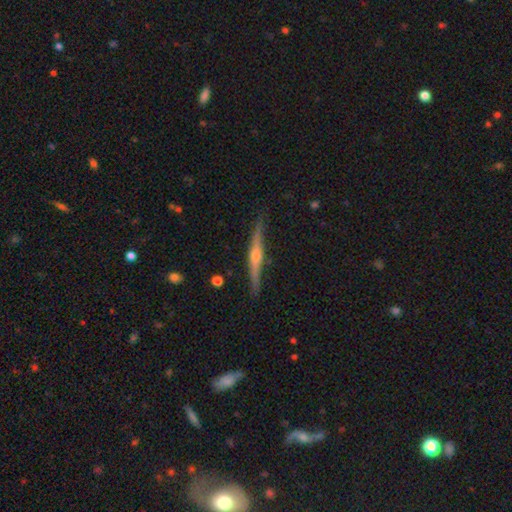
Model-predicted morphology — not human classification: featured or disk 75%, smooth 19%, star or artifact 6%. Down the decision tree: edge-on disk — yes (98%); edge-on bulge — rounded (86%); merging — none (88%).